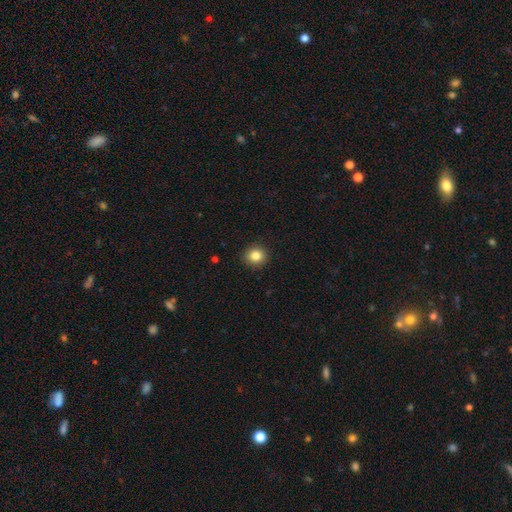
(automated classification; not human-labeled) smooth 84%, star or artifact 10%, featured or disk 5%. Down the decision tree: how rounded — round (87%); merging — none (92%).